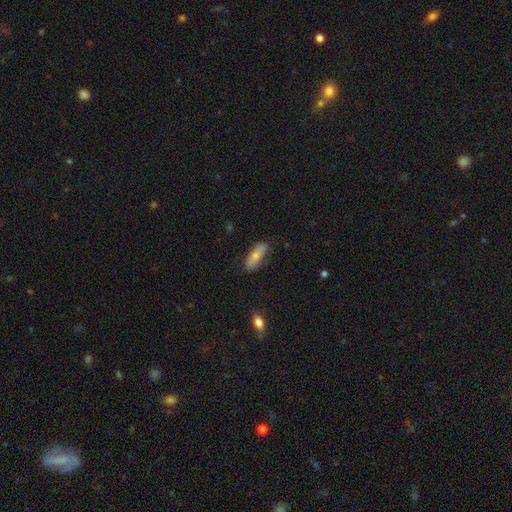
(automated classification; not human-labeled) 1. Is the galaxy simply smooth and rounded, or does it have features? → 68% smooth, 26% featured or disk, 6% star or artifact.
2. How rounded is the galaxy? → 56% in between, 41% cigar-shaped, 3% round.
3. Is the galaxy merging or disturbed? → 81% none, 14% minor disturbance, 3% major disturbance, 2% merger.